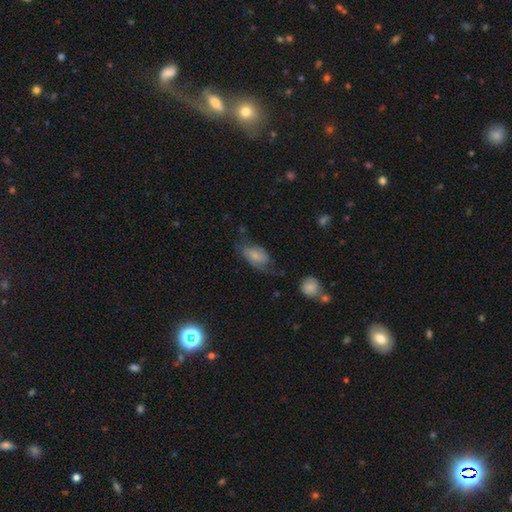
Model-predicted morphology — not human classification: type=smooth (51%); roundness=in between (89%); merging=none (45%).